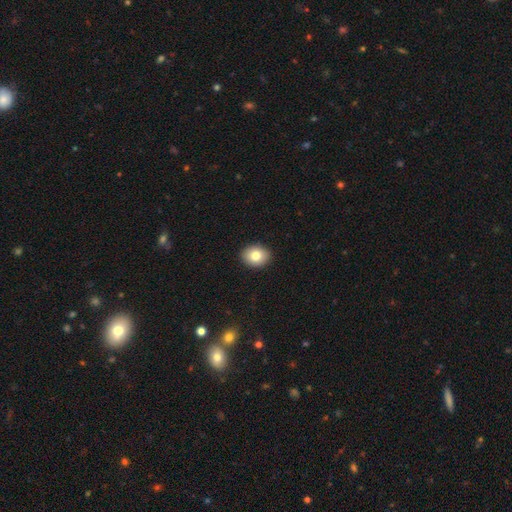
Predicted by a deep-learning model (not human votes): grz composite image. It shows a smooth galaxy with no disk features (80%) that is round (50%). Merging: none (91%).